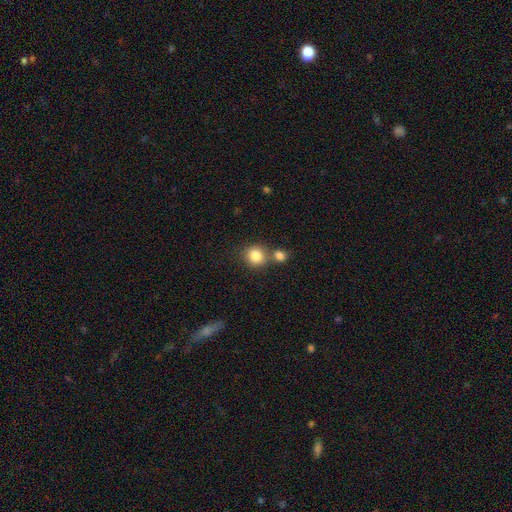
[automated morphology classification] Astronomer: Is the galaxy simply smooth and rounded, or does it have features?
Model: smooth — 84%.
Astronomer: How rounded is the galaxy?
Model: round — 87%.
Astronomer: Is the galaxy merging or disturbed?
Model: none — 58%.